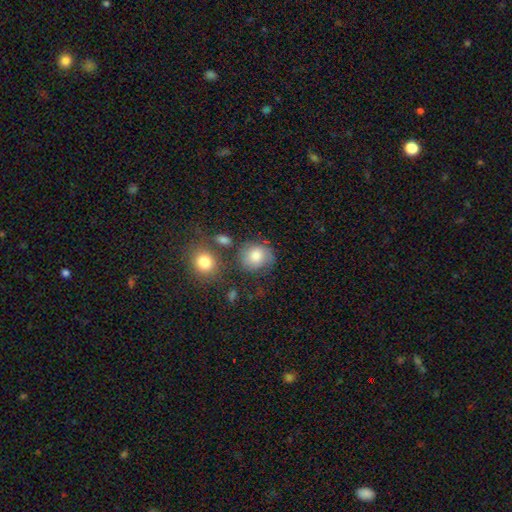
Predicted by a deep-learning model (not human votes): The model was most divided on "merging": none: 62%, minor disturbance: 21%, major disturbance: 9%, merger: 7%. More confident: how rounded — round (77%); smooth or featured — smooth (77%).